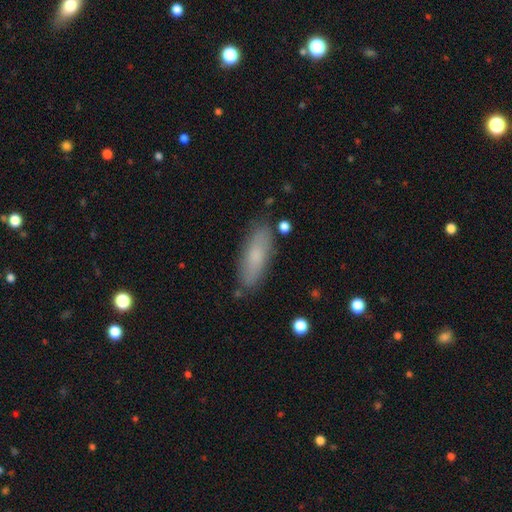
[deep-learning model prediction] This is likely a smooth galaxy (74%). How rounded: possibly in between (60%). Merging: clearly none (82%).